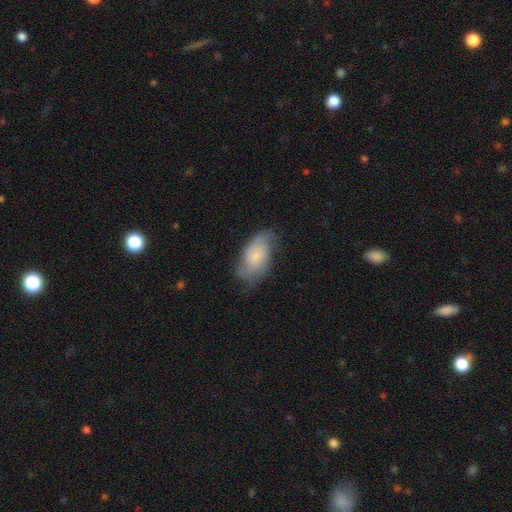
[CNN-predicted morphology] A featured or disk galaxy (50%). Merging: none (59%).